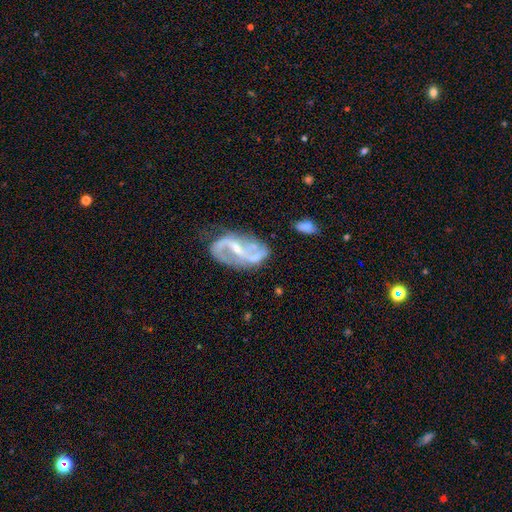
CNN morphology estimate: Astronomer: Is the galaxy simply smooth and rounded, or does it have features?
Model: featured or disk — 84%.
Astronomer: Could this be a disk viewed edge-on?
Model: no — 97%.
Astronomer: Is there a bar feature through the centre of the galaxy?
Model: weak — 47% (runner-up: strong, 31%).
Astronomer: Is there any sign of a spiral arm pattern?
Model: yes — 89%.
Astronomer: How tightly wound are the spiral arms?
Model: loose — 53% (runner-up: medium, 37%).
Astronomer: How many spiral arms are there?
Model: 2 — 84%.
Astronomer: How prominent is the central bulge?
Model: small — 49% (runner-up: moderate, 34%).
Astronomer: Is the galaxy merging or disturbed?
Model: none — 48% (runner-up: minor disturbance, 24%).